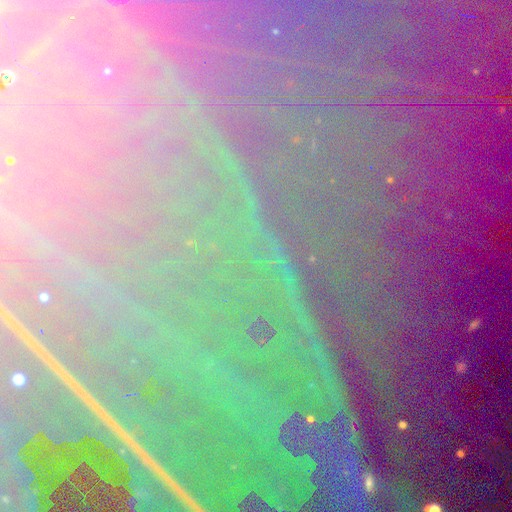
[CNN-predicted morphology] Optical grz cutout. It shows a star or artifact, not a galaxy (86%).